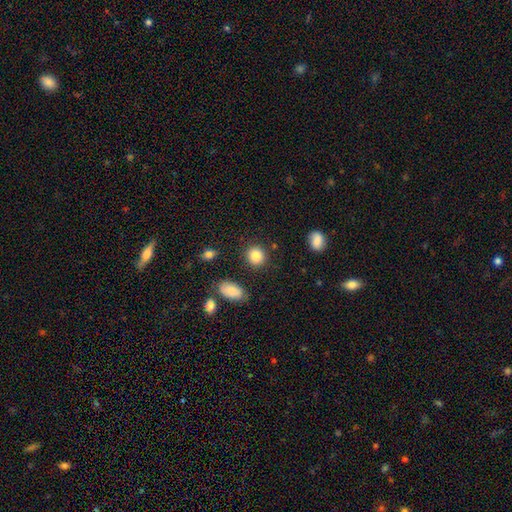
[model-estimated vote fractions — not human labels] This appears to be a smooth galaxy with no disk features (85%) that is round (85%). Merging: none (87%).